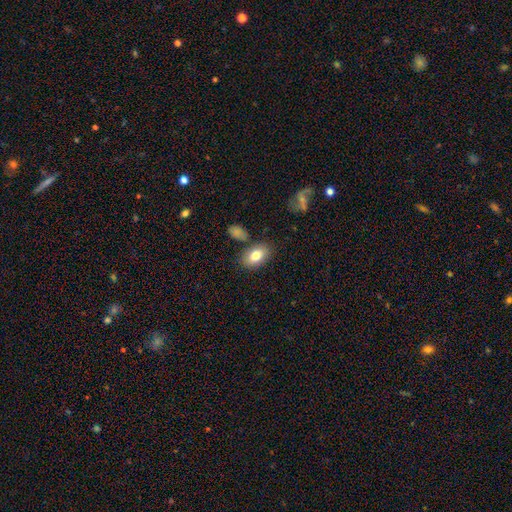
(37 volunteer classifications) Smooth or featured: smooth — 84% (featured or disk — 16%)
How rounded: in between — 87% (round — 13%)
Merging: none — 68% (minor disturbance — 16%)